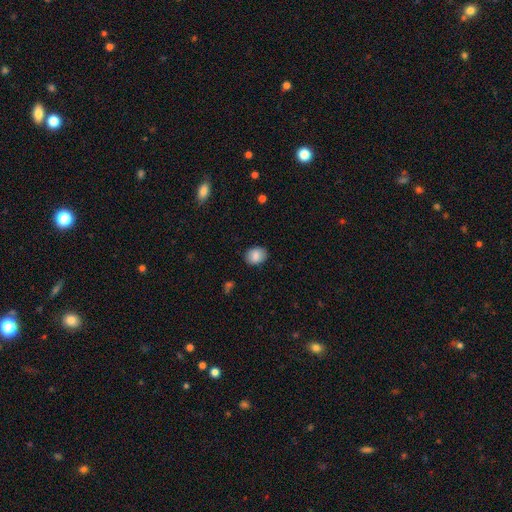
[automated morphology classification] Overall: smooth (85%). How rounded: in between (61%; round 38%). Merging: none (86%).